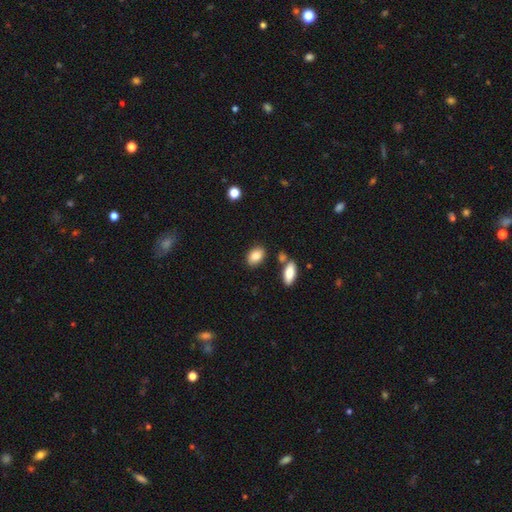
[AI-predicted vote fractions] Smooth or featured?
  - smooth: 85% *
  - star or artifact: 8%
  - featured or disk: 7%
How rounded?
  - in between: 87% *
  - round: 11%
  - cigar-shaped: 2%
Merging?
  - none: 79% *
  - minor disturbance: 12%
  - merger: 7%
  - major disturbance: 3%